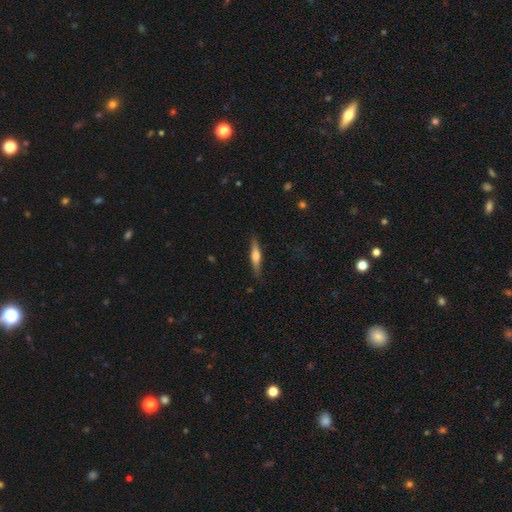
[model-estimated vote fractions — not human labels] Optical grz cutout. It shows a featured or disk galaxy (50%). Merging: none (87%).